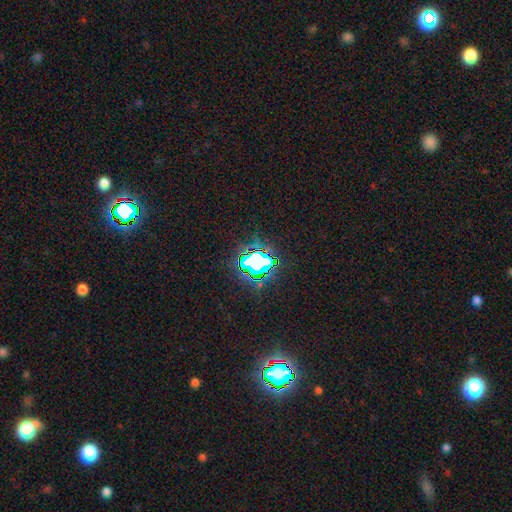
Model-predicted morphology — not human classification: type=star or artifact (70%).